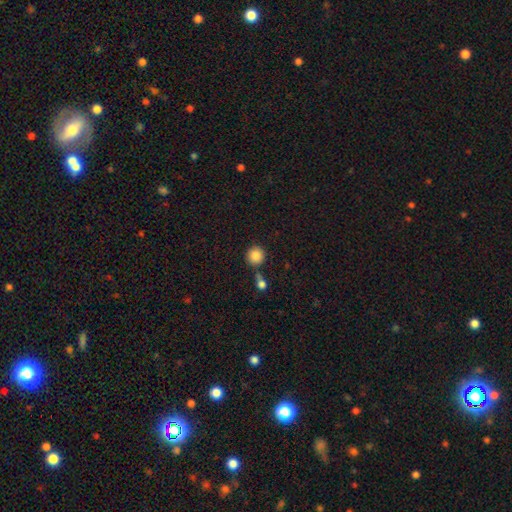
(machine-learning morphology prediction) smooth 86%, star or artifact 9%, featured or disk 5%. Down the decision tree: how rounded — round (94%); merging — none (73%).